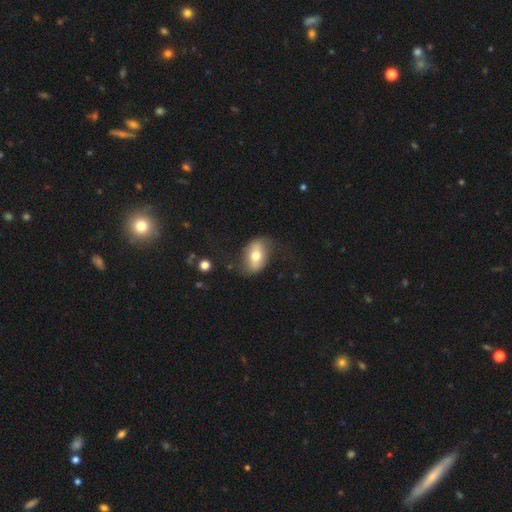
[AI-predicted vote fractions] A smooth galaxy with no disk features (58%) that is in between round and cigar-shaped (87%). Merging: none (67%).